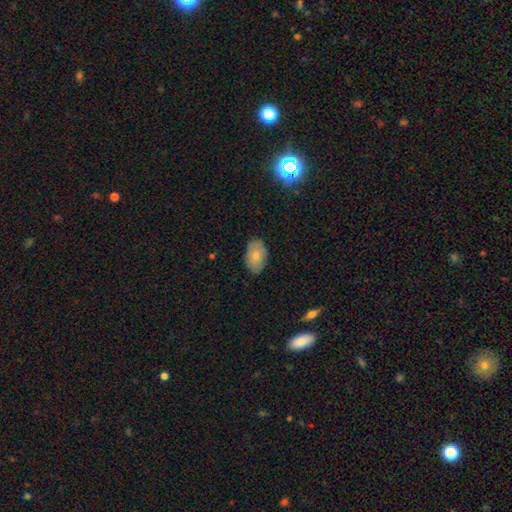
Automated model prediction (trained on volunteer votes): This is likely a smooth galaxy (78%). How rounded: clearly in between (90%). Merging: clearly none (83%).